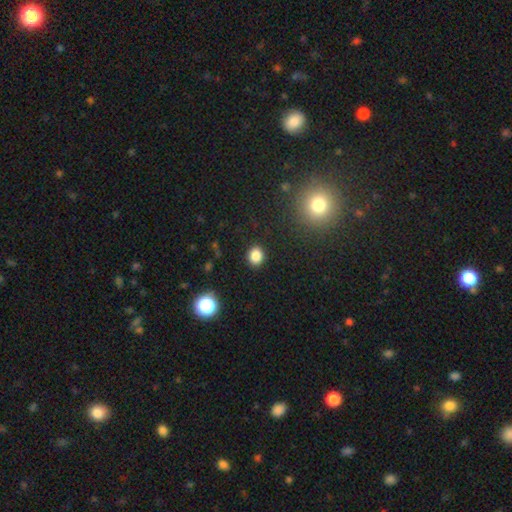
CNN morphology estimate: smooth_or_featured: smooth (p=0.84) [alt: star or artifact p=0.12]
how_rounded: round (p=0.64) [alt: in between p=0.35]
merging: none (p=0.89) [alt: minor disturbance p=0.08]